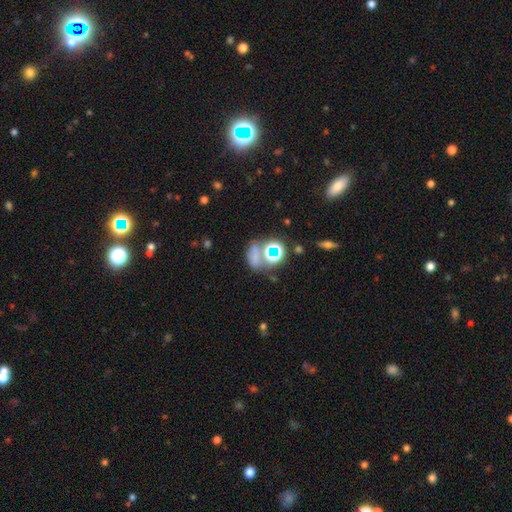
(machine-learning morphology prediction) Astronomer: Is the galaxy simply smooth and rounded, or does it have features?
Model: smooth — 50% (runner-up: star or artifact, 36%).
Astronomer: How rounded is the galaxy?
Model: in between — 56% (runner-up: round, 41%).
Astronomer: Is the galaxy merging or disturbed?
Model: none — 44% (runner-up: merger, 29%).